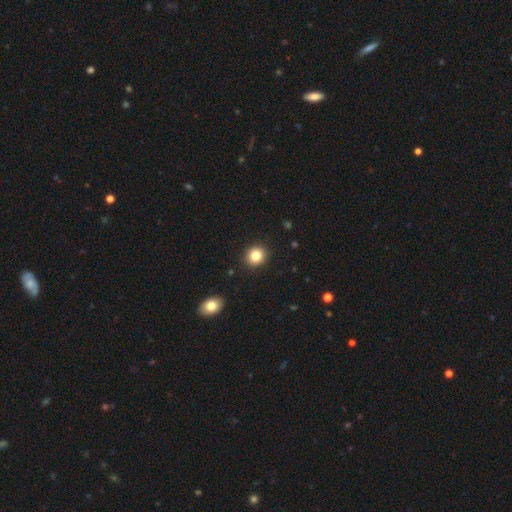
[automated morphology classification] smooth 83%, star or artifact 10%, featured or disk 7%. Down the decision tree: how rounded — round (79%); merging — none (91%).